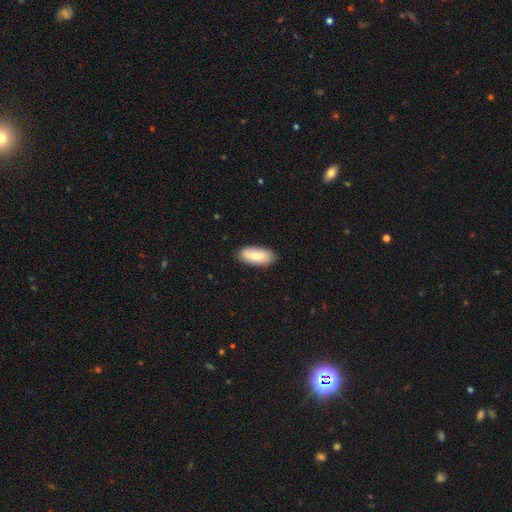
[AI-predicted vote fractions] A smooth galaxy with no disk features (79%) that is in between round and cigar-shaped (84%).

Vote fractions:
- Smooth or featured? smooth: 79% / featured or disk: 15% / star or artifact: 6%
- How rounded? in between: 84% / cigar-shaped: 14% / round: 2%
- Merging? none: 86% / minor disturbance: 11% / major disturbance: 2% / merger: 1%